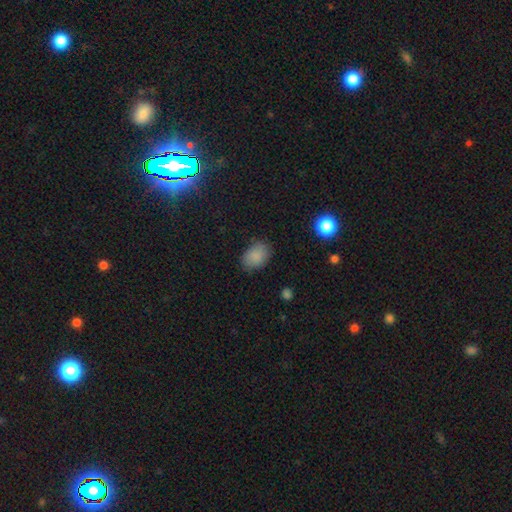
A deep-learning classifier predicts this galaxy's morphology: Smooth or featured: smooth — 85% (star or artifact — 10%)
How rounded: in between — 78% (round — 21%)
Merging: none — 77% (minor disturbance — 18%)